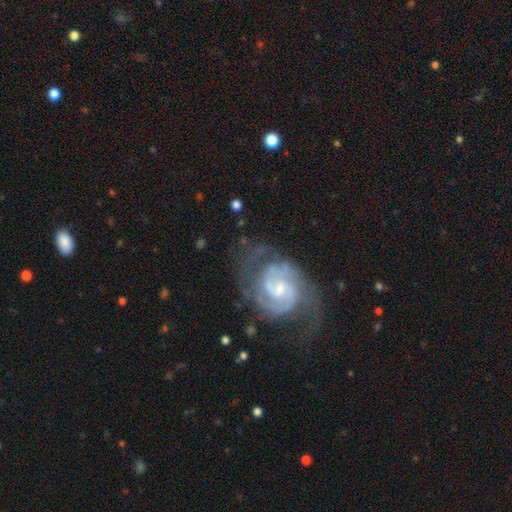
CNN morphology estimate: This appears to be a featured or disk galaxy (82%) with no bar (45%), 2 (70%) tight (49%) spiral arms (97%) and a small central bulge (49%). Merging: none (76%).